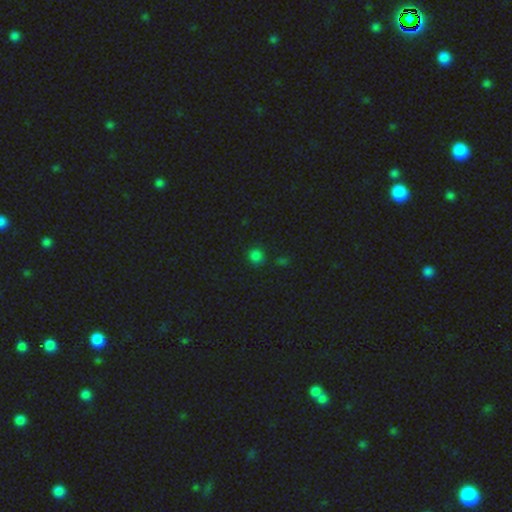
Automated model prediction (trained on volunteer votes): Overall: smooth (75%). How rounded: round (88%). Merging: none (83%).